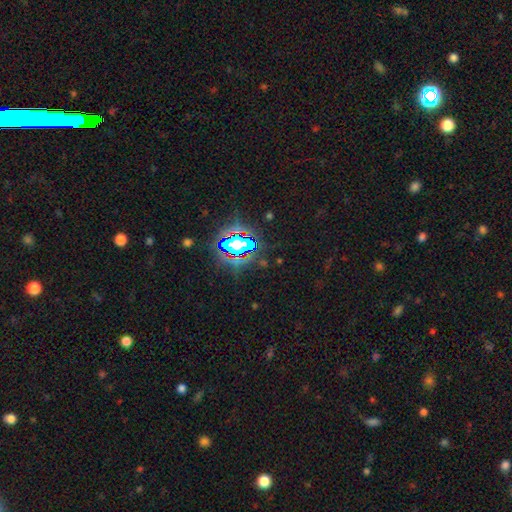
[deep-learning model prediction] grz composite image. It shows a star or artifact, not a galaxy (82%).